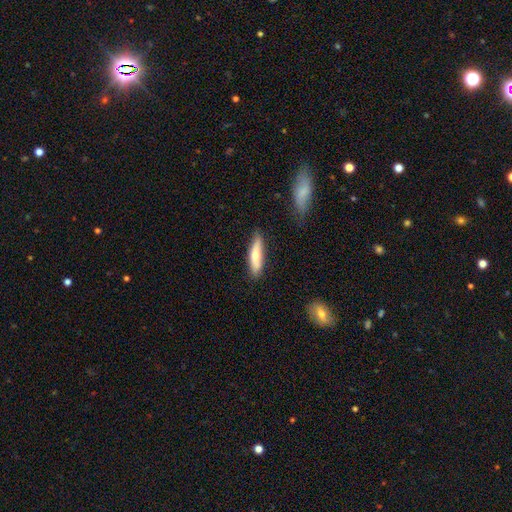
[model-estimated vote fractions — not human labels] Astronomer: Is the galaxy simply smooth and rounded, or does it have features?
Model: smooth — 67%.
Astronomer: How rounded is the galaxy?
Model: cigar-shaped — 73%.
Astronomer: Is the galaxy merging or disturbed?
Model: none — 80%.